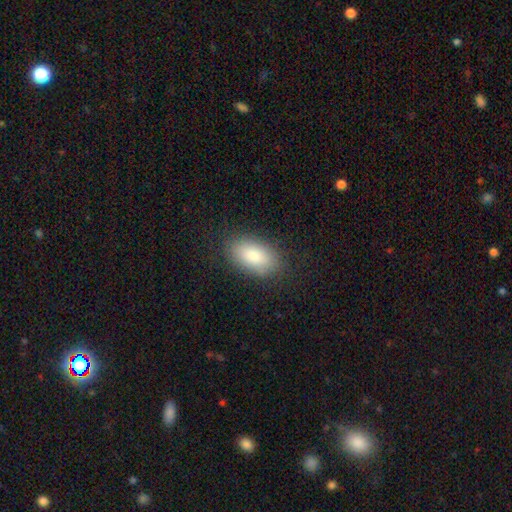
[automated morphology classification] Smooth or featured: smooth — 86% (featured or disk — 8%)
How rounded: in between — 93% (round — 4%)
Merging: none — 83% (minor disturbance — 12%)